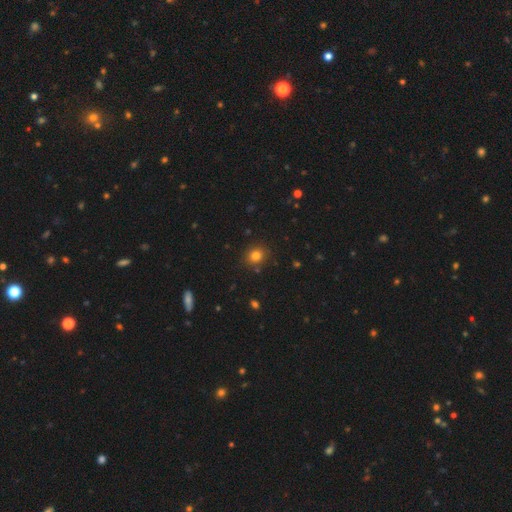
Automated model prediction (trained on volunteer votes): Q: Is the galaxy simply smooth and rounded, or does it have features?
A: smooth — 80%.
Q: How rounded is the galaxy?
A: round — 81%.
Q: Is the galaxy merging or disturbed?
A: none — 87%.